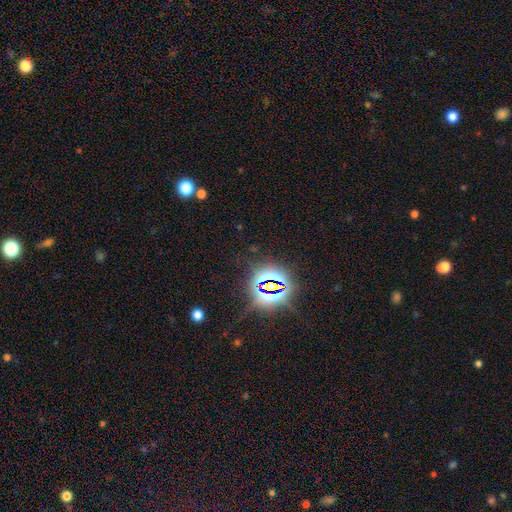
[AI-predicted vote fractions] This appears to be a star or artifact, not a galaxy (80%).